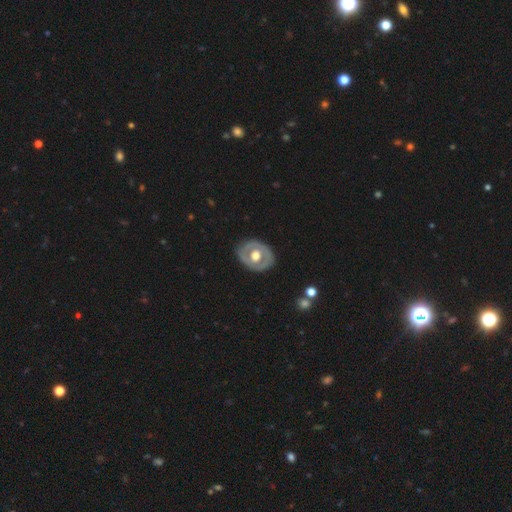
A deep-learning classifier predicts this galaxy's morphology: Overall: featured or disk (60%; smooth 35%). Edge-on disk: no (93%). Bar: no (86%). Spiral arms: no (87%). Bulge size: moderate (50%; large 44%). Merging: none (83%).